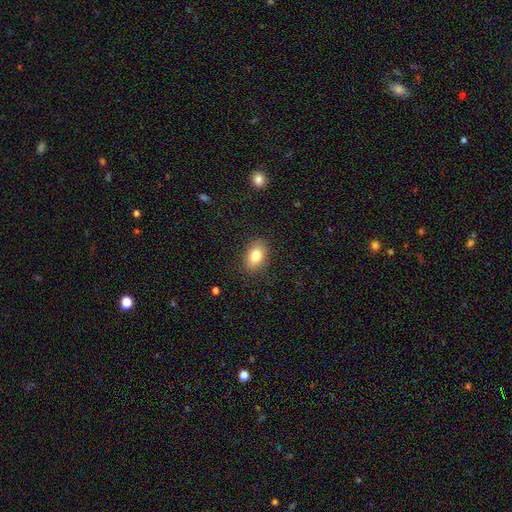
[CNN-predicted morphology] Smooth or featured?
  - smooth: 81% *
  - featured or disk: 11%
  - star or artifact: 8%
How rounded?
  - in between: 86% *
  - round: 12%
  - cigar-shaped: 2%
Merging?
  - none: 86% *
  - minor disturbance: 10%
  - major disturbance: 3%
  - merger: 1%